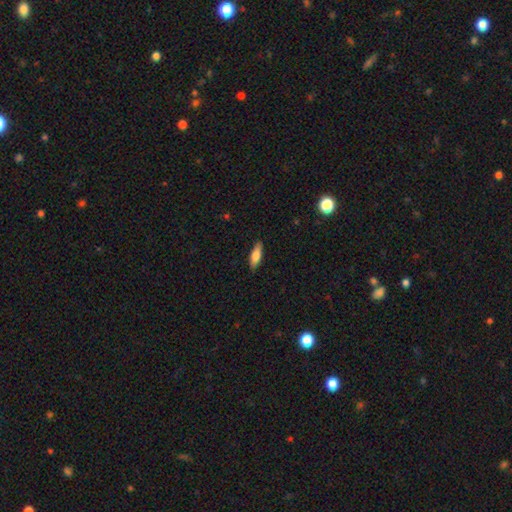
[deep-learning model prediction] Smooth or featured? smooth (76%)
How rounded? in between (56%)
Merging? none (88%)